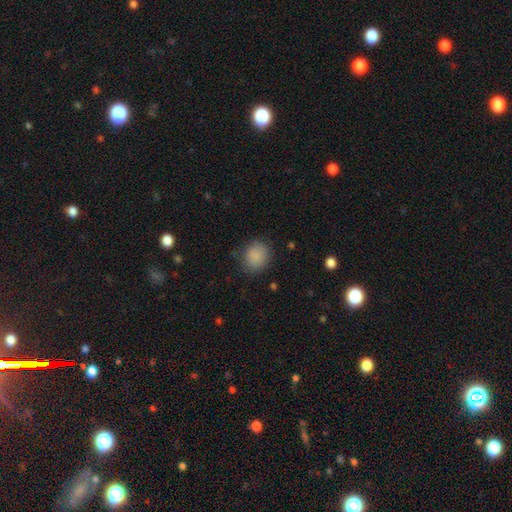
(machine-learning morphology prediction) A smooth galaxy with no disk features (87%) that is round (74%).

Vote fractions:
- Smooth or featured? smooth: 87% / star or artifact: 9% / featured or disk: 4%
- How rounded? round: 74% / in between: 25% / cigar-shaped: 1%
- Merging? none: 83% / minor disturbance: 12% / major disturbance: 4% / merger: 1%